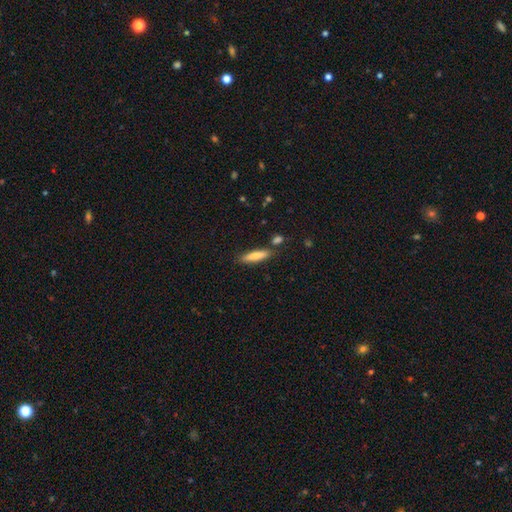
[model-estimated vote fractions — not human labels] Smooth or featured? smooth (78%)
How rounded? cigar-shaped (81%)
Merging? none (82%)